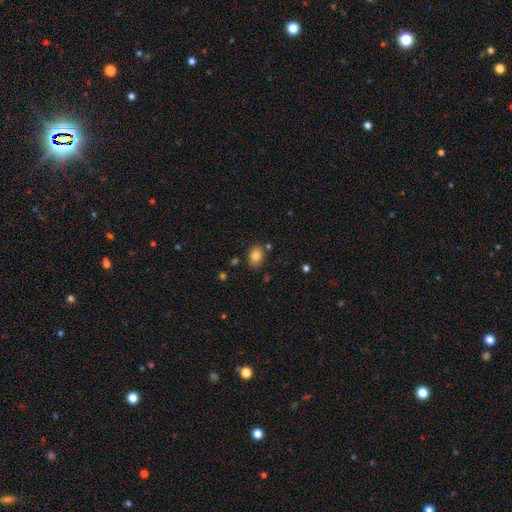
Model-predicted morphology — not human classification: A smooth galaxy with no disk features (83%) that is in between round and cigar-shaped (76%). Merging: none (80%).